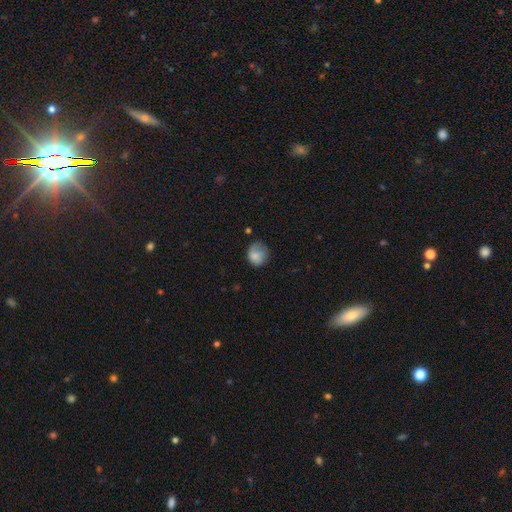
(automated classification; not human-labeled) This appears to be a smooth galaxy with no disk features (80%) that is round (67%). Merging: none (54%).